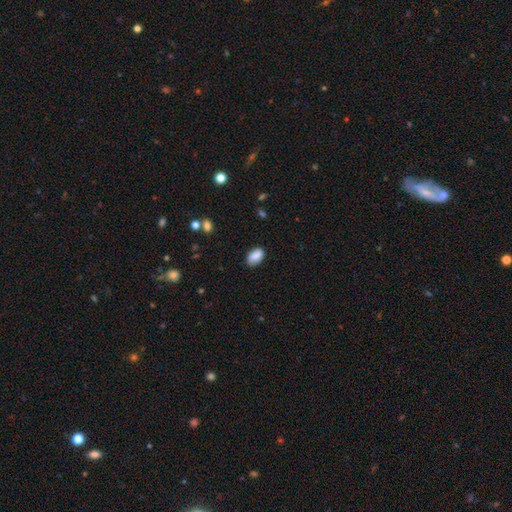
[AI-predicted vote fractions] The model was most divided on "merging": none: 76%, minor disturbance: 18%, major disturbance: 4%, merger: 2%. More confident: how rounded — in between (90%); smooth or featured — smooth (83%).